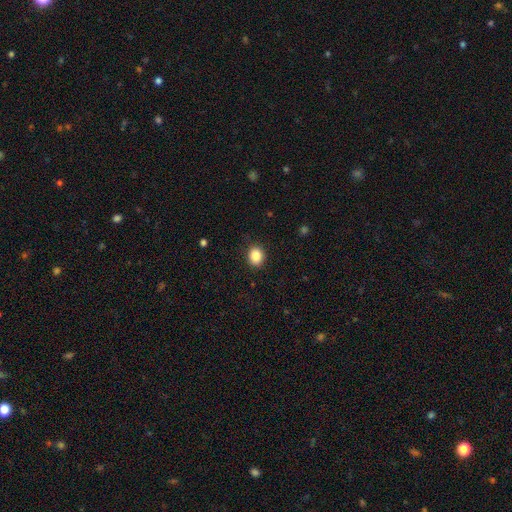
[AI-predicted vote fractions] Smooth or featured? Predicted: smooth (p=0.88). How rounded? Predicted: round (p=0.57). Merging? Predicted: none (p=0.87).